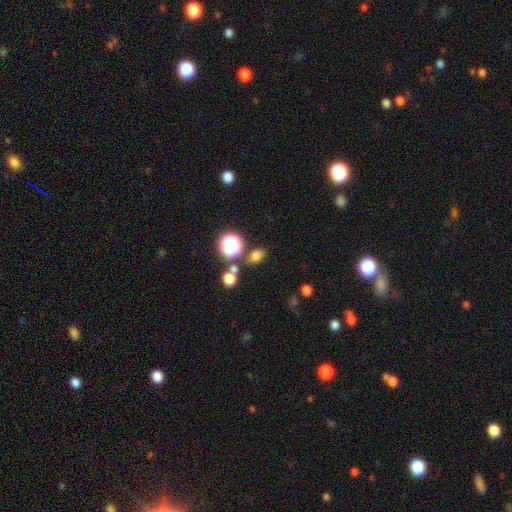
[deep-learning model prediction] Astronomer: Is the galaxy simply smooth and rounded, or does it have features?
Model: smooth — 72%.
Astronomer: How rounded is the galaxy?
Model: in between — 56% (runner-up: round, 43%).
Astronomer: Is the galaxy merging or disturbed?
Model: none — 72%.